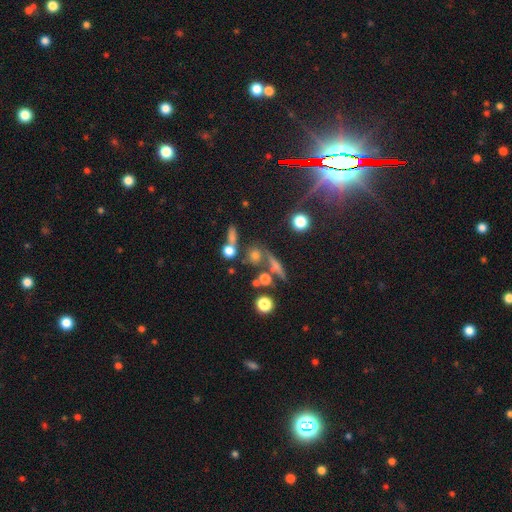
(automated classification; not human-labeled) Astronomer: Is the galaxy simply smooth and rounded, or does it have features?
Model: smooth — 37%, tied with star or artifact at 37%.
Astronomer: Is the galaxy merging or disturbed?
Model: none — 55%.